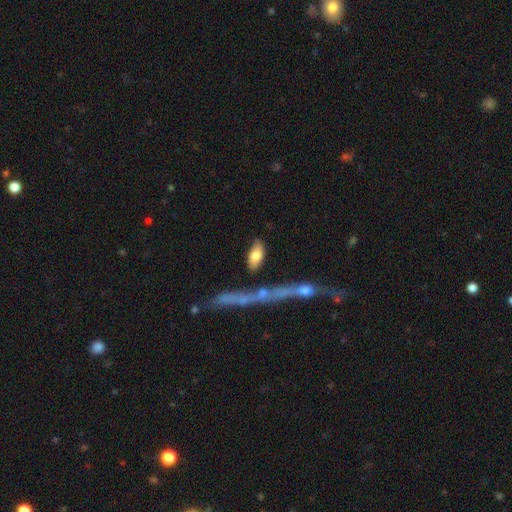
This appears to be a smooth galaxy with no disk features (64%) that is in between round and cigar-shaped (96%). Merging: none (86%).